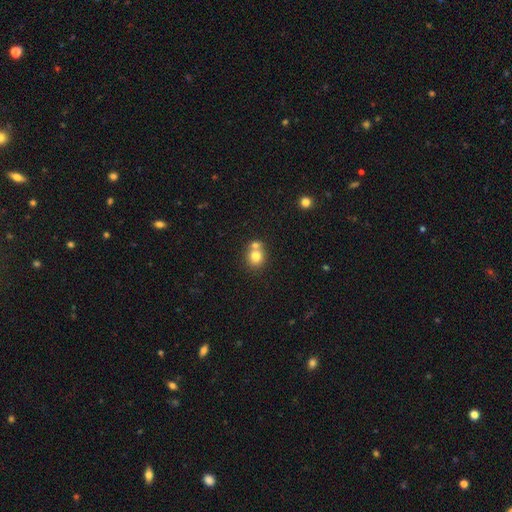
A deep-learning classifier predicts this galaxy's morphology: Smooth or featured? smooth (77%)
How rounded? round (78%)
Merging? none (46%)